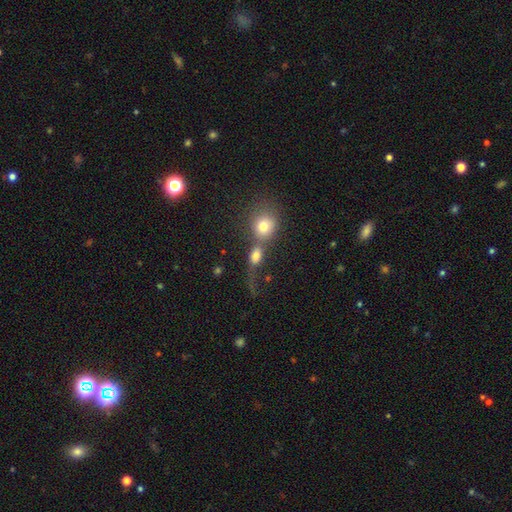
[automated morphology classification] A smooth galaxy with no disk features (74%) that is in between round and cigar-shaped (53%).

Vote fractions:
- Smooth or featured? smooth: 74% / featured or disk: 14% / star or artifact: 12%
- How rounded? in between: 53% / round: 41% / cigar-shaped: 6%
- Merging? merger: 54% / none: 24% / major disturbance: 13% / minor disturbance: 9%